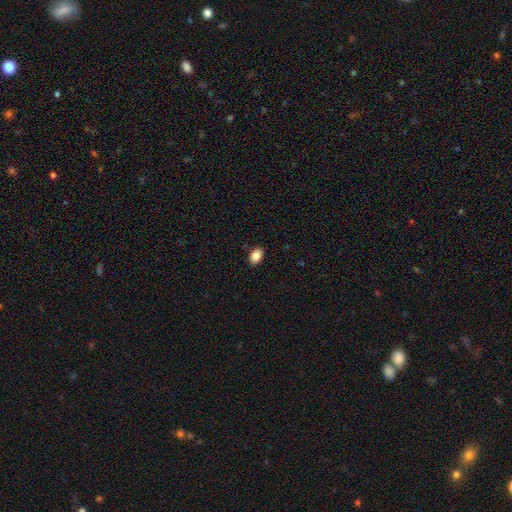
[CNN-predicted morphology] Overall: smooth (87%). How rounded: in between (86%). Merging: none (89%).